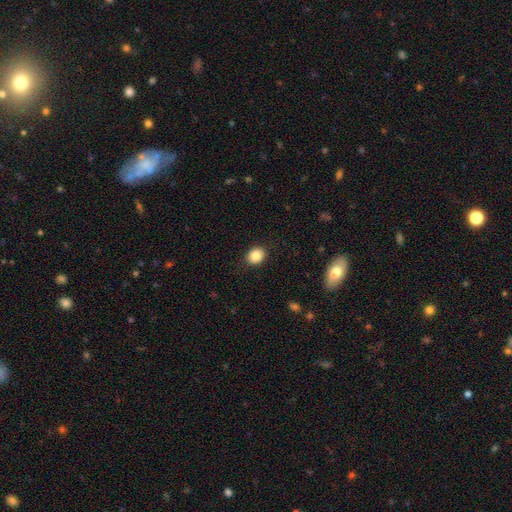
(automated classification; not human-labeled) Smooth or featured: smooth — 85% (star or artifact — 9%)
How rounded: round — 62% (in between — 37%)
Merging: none — 89% (minor disturbance — 8%)